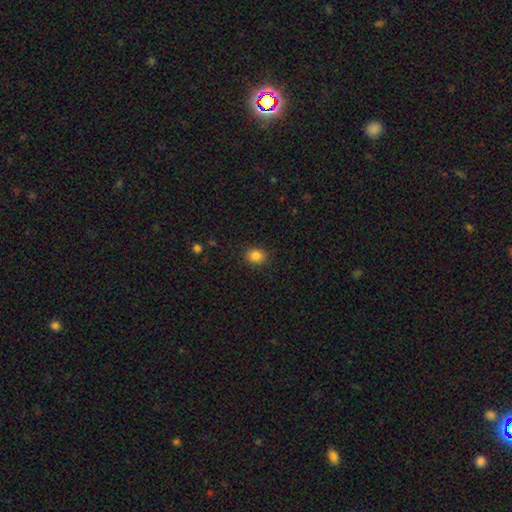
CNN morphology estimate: This appears to be a smooth galaxy with no disk features (84%) that is round (55%). Merging: none (89%).